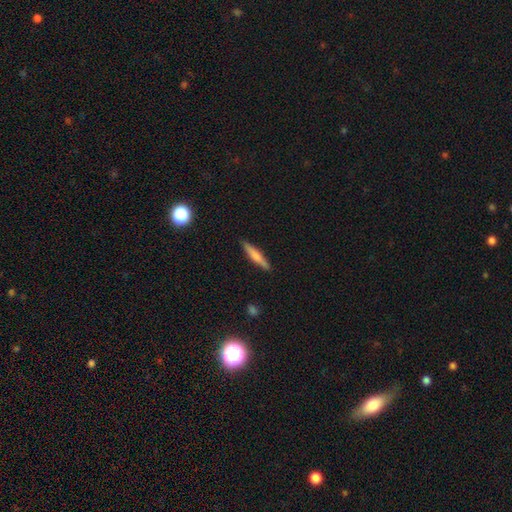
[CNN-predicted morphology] Smooth or featured? smooth (62%)
How rounded? cigar-shaped (89%)
Merging? none (89%)